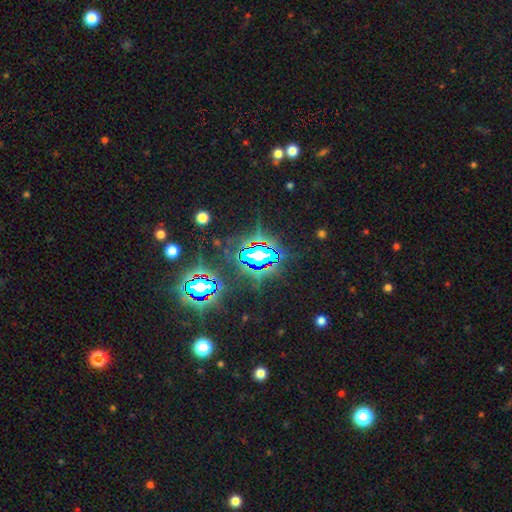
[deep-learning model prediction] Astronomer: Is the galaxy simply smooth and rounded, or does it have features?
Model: star or artifact — 77%.